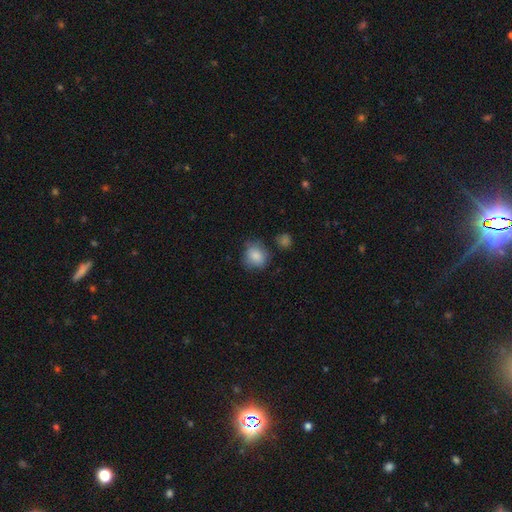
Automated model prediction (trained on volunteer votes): Smooth or featured? Predicted: smooth (p=0.84). How rounded? Predicted: round (p=0.68). Merging? Predicted: none (p=0.70).